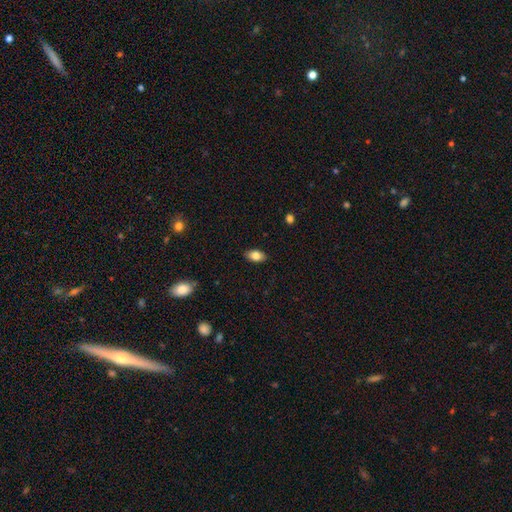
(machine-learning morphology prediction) type=smooth (81%); roundness=in between (91%); merging=none (88%).